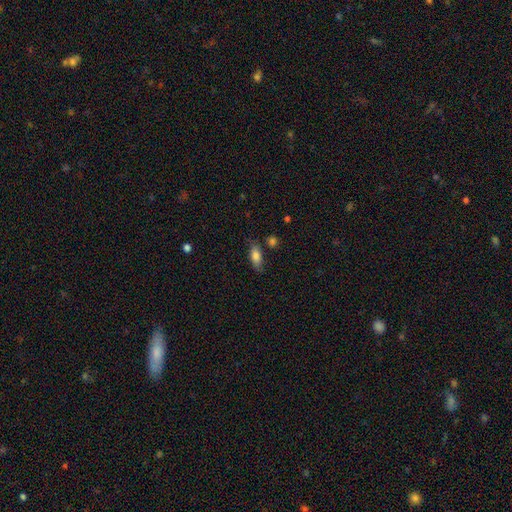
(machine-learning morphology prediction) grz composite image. It shows a smooth galaxy with no disk features (78%) that is in between round and cigar-shaped (78%). Merging: none (74%).